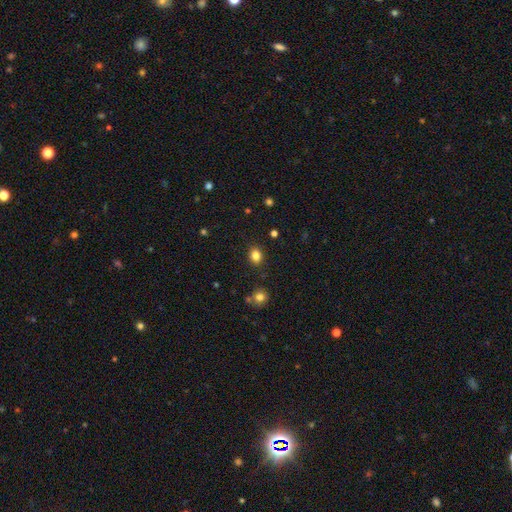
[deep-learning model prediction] This is clearly a smooth galaxy (83%). How rounded: possibly in between (52%). Merging: clearly none (86%).